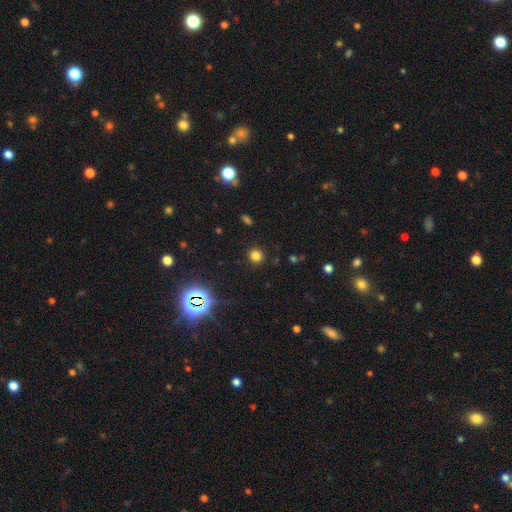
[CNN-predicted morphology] type=smooth (76%); roundness=round (90%); merging=none (89%).